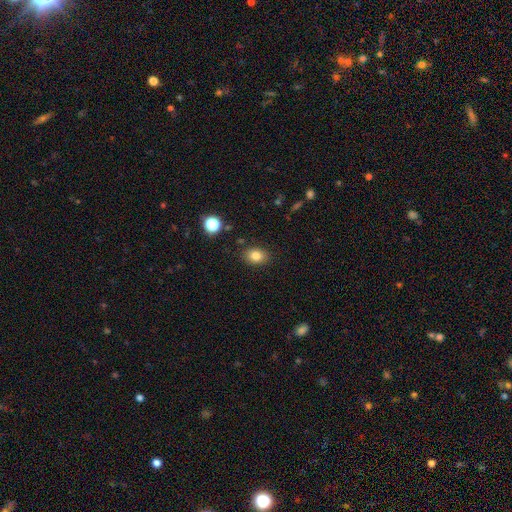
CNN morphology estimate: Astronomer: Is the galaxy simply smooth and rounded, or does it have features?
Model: smooth — 82%.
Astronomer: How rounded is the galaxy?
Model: in between — 70%.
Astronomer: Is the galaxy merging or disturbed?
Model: none — 86%.